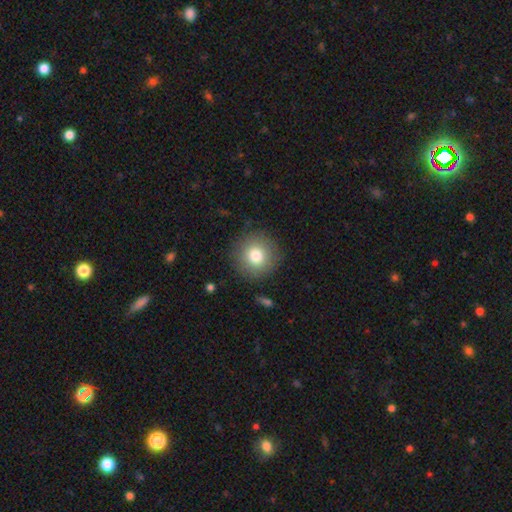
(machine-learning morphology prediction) Q: Smooth or featured?
A: smooth (80%); runner-up: featured or disk (10%)
Q: How rounded?
A: round (94%); runner-up: in between (5%)
Q: Merging?
A: none (89%); runner-up: minor disturbance (7%)